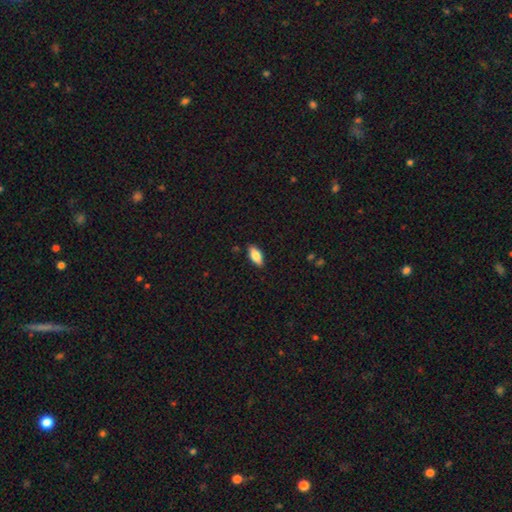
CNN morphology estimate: Overall: smooth (81%). How rounded: in between (85%). Merging: none (88%).